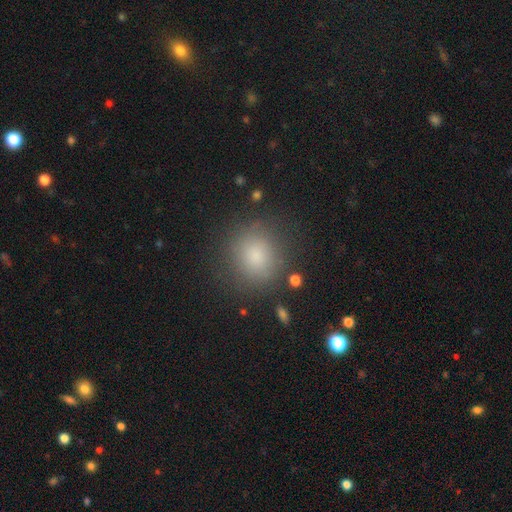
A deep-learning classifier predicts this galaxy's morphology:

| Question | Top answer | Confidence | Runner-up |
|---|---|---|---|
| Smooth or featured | smooth | 80% | star or artifact (12%) |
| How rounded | round | 86% | in between (13%) |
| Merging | none | 82% | minor disturbance (11%) |